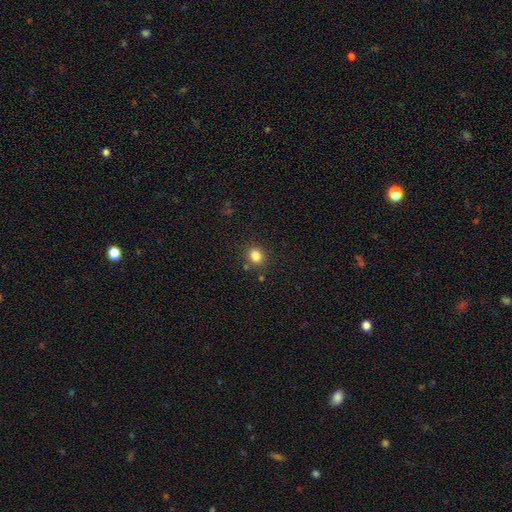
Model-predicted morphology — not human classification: A smooth galaxy with no disk features (82%) that is round (67%). Merging: none (83%).